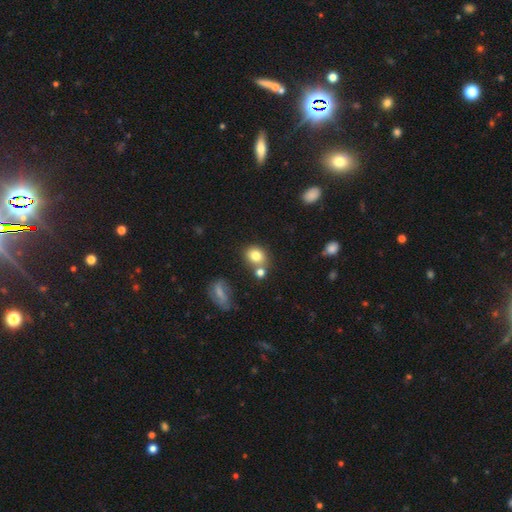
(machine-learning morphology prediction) This is likely a smooth galaxy (79%). How rounded: likely round (60%). Merging: possibly none (58%).